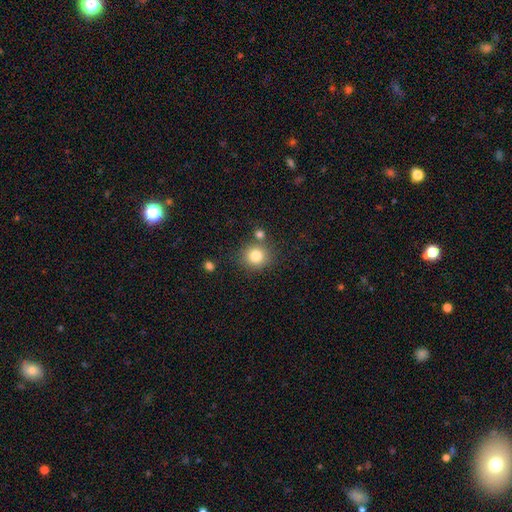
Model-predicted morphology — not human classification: Smooth or featured? Predicted: smooth (p=0.81). How rounded? Predicted: round (p=0.87). Merging? Predicted: none (p=0.75).